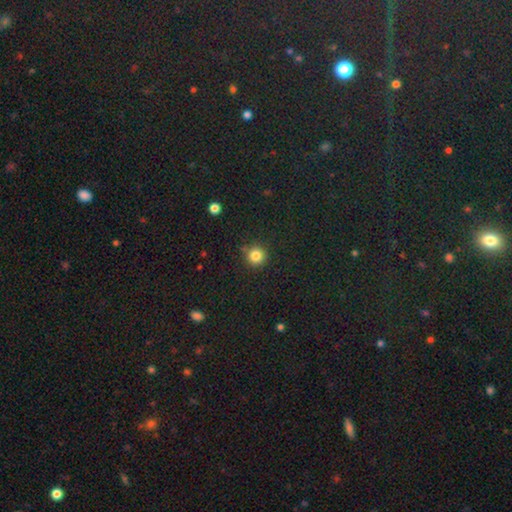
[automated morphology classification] The model was most divided on "smooth or featured": smooth: 83%, star or artifact: 12%, featured or disk: 5%. More confident: how rounded — round (94%); merging — none (86%).